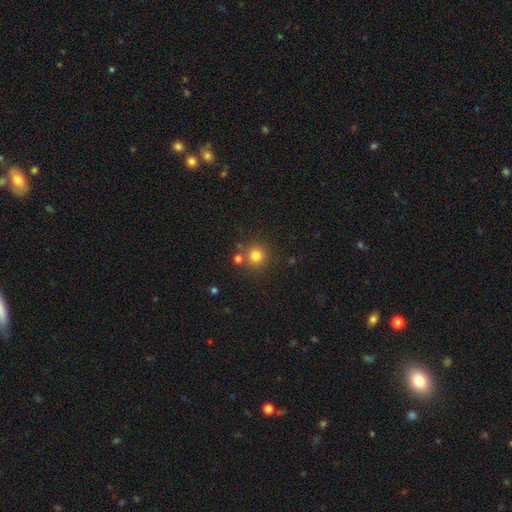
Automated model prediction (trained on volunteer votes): Morphology: type=smooth (78%); roundness=round (94%); merging=none (77%).